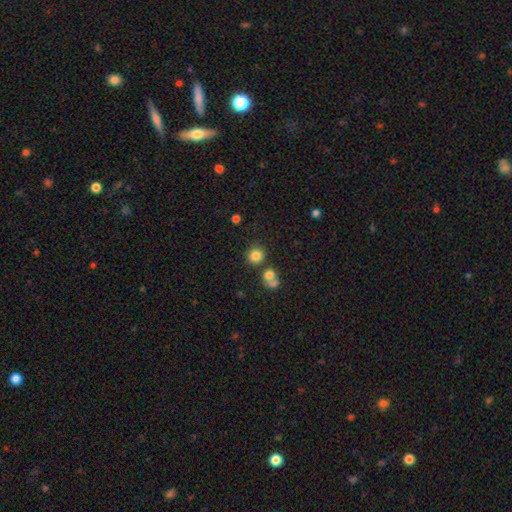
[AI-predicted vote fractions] The model was most divided on "merging": none: 73%, merger: 15%, minor disturbance: 8%, major disturbance: 3%. More confident: how rounded — round (90%); smooth or featured — smooth (82%).